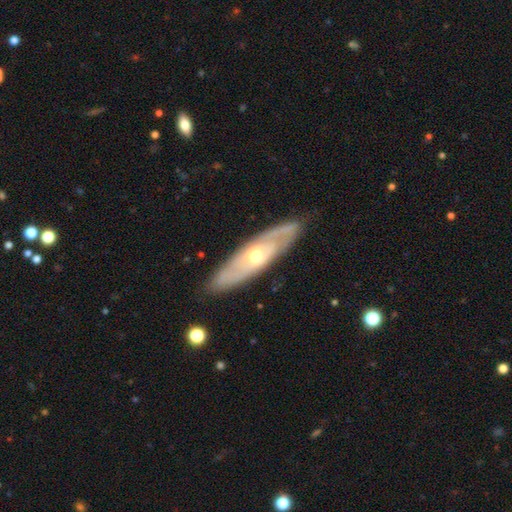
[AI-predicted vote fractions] This is likely a featured or disk galaxy (69%). It is likely not viewed edge-on (66%). Merging: clearly none (85%).